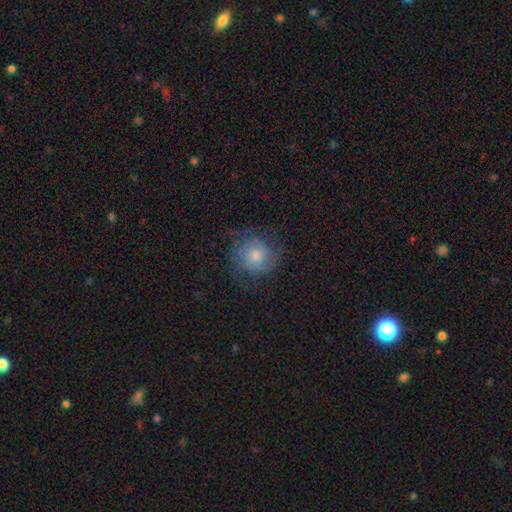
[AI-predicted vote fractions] Smooth or featured: featured or disk — 48% (smooth — 41%)
Merging: none — 70% (minor disturbance — 17%)